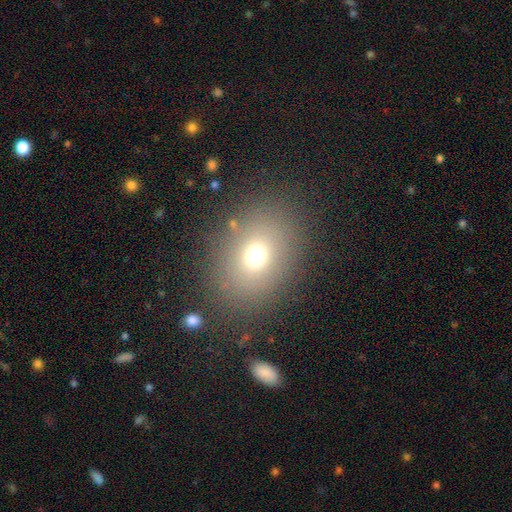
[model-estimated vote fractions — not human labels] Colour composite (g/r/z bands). It shows a smooth galaxy with no disk features (70%) that is round (51%). Merging: none (84%).